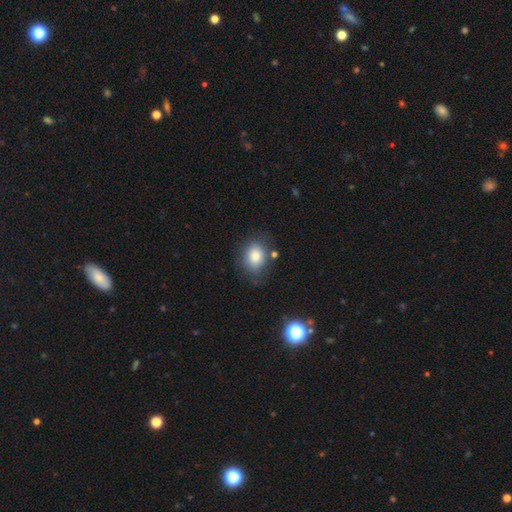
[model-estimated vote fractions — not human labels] Morphology: type=smooth (82%); roundness=in between (55%); merging=none (71%).